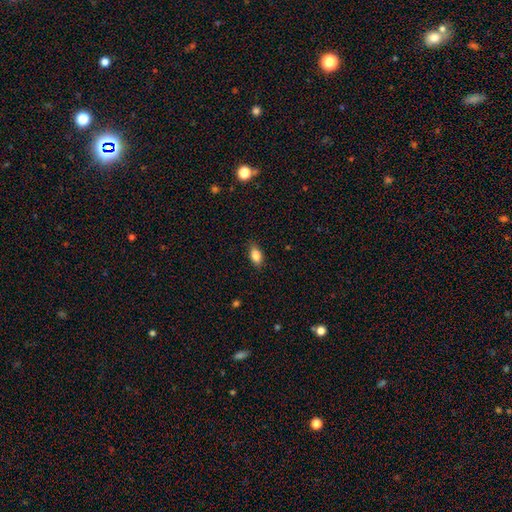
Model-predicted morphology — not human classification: smooth_or_featured: smooth (p=0.84) [alt: star or artifact p=0.08]
how_rounded: in between (p=0.87) [alt: round p=0.07]
merging: none (p=0.83) [alt: minor disturbance p=0.13]